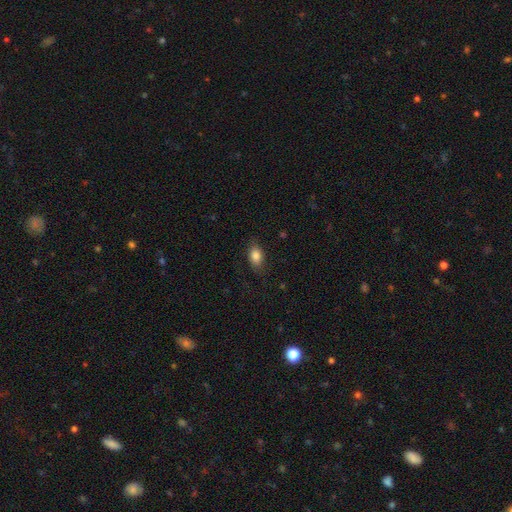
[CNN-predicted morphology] Smooth or featured?
  - smooth: 84% *
  - featured or disk: 8%
  - star or artifact: 8%
How rounded?
  - in between: 86% *
  - round: 11%
  - cigar-shaped: 3%
Merging?
  - none: 78% *
  - minor disturbance: 16%
  - major disturbance: 5%
  - merger: 1%